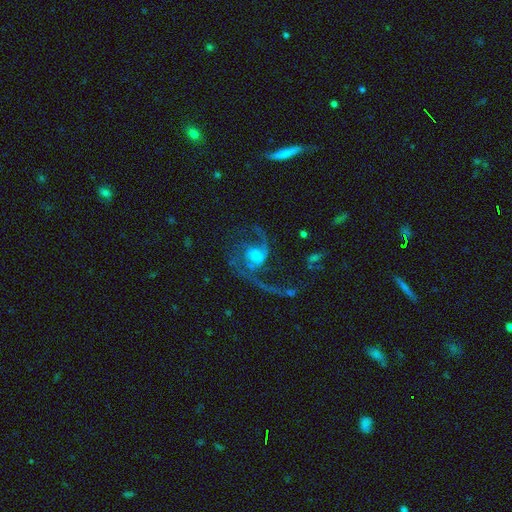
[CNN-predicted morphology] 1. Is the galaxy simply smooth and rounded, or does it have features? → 87% featured or disk, 7% smooth, 6% star or artifact.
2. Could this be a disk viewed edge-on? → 98% no, 2% yes.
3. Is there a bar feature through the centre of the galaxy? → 48% no, 40% weak, 11% strong.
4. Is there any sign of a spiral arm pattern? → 96% yes, 4% no.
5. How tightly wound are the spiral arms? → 53% loose, 39% medium, 8% tight.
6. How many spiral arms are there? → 74% 2, 8% 1, 7% 3, 5% can't tell, 3% 4, 3% more than 4.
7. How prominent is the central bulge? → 35% moderate, 25% large, 18% small, 18% none, 4% dominant.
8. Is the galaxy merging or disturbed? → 44% none, 37% major disturbance, 15% minor disturbance, 5% merger.